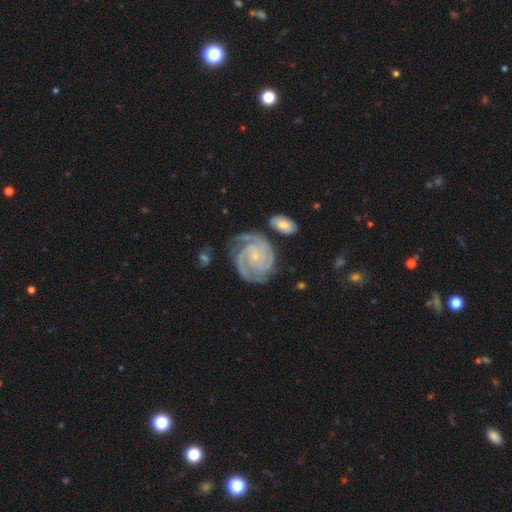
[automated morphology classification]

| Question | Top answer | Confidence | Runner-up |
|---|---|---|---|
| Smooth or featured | featured or disk | 91% | smooth (5%) |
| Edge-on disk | no | 98% | yes (2%) |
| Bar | no | 71% | weak (22%) |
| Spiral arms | yes | 98% | no (2%) |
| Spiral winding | tight | 74% | medium (23%) |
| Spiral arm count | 3 | 35% | 2 (31%) |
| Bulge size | small | 81% | moderate (13%) |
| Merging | none | 66% | minor disturbance (19%) |